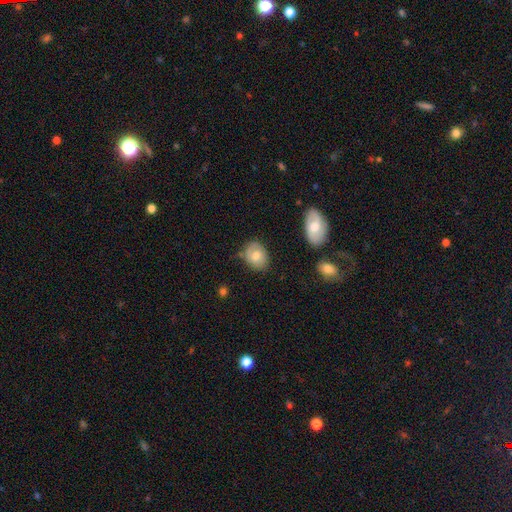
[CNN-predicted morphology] Smooth or featured?
  - smooth: 62% *
  - featured or disk: 31%
  - star or artifact: 7%
How rounded?
  - in between: 64% *
  - round: 35%
  - cigar-shaped: 1%
Merging?
  - none: 67% *
  - minor disturbance: 24%
  - major disturbance: 6%
  - merger: 3%